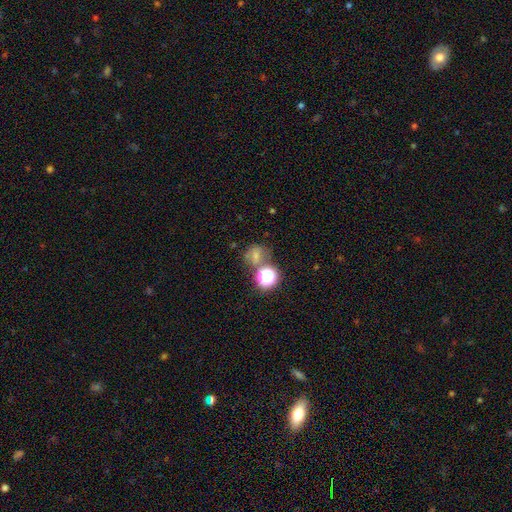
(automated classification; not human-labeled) Q: Smooth or featured?
A: smooth (57%); runner-up: star or artifact (28%)
Q: How rounded?
A: round (67%); runner-up: in between (32%)
Q: Merging?
A: none (56%); runner-up: merger (21%)